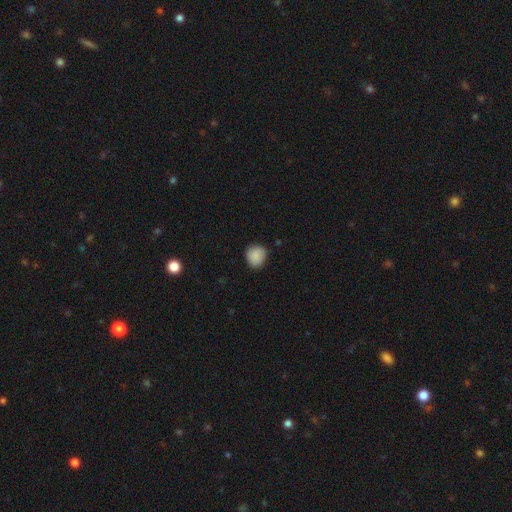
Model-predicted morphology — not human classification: smooth-or-featured: smooth: 88% | star or artifact: 8% | featured or disk: 4%
  how-rounded: round: 80% | in between: 19% | cigar-shaped: 1%
  merging: none: 84% | minor disturbance: 13% | major disturbance: 2% | merger: 1%